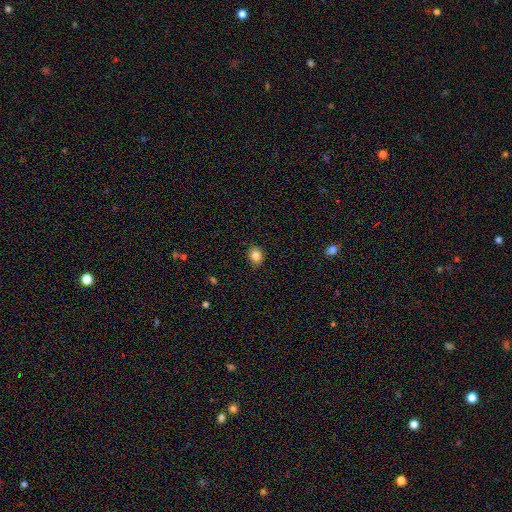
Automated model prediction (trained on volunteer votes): This is clearly a smooth galaxy (83%). How rounded: possibly round (54%). Merging: clearly none (86%).